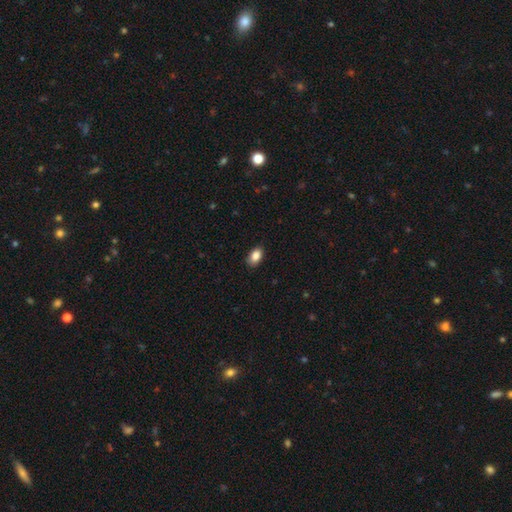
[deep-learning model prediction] Q: Smooth or featured?
A: smooth (87%); runner-up: star or artifact (8%)
Q: How rounded?
A: in between (89%); runner-up: round (10%)
Q: Merging?
A: none (86%); runner-up: minor disturbance (11%)